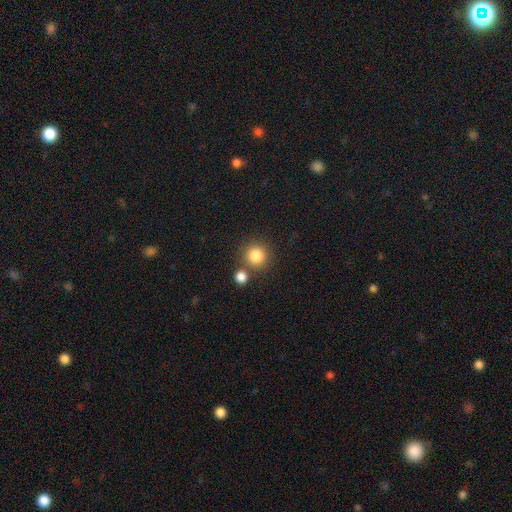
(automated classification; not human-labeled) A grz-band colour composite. It shows a smooth galaxy with no disk features (83%) that is round (93%). Merging: none (73%).